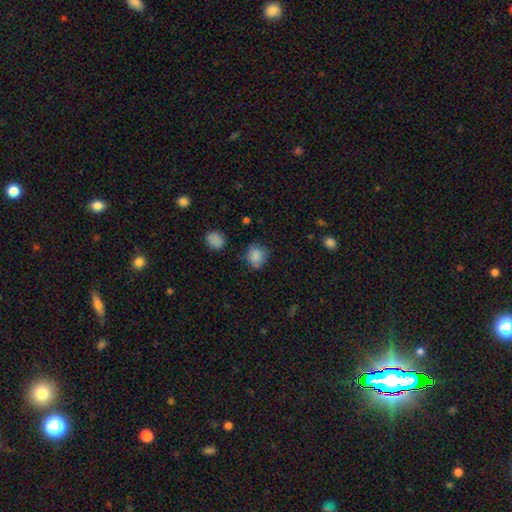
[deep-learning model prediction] Q: Smooth or featured?
A: smooth (85%); runner-up: star or artifact (11%)
Q: How rounded?
A: round (80%); runner-up: in between (19%)
Q: Merging?
A: none (76%); runner-up: minor disturbance (16%)